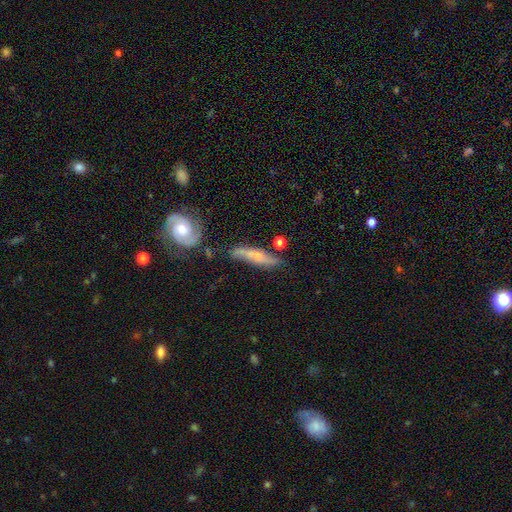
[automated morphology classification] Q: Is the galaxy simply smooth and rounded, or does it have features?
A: featured or disk — 54%.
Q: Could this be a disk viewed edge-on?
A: yes — 53%.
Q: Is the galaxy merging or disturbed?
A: none — 61%.